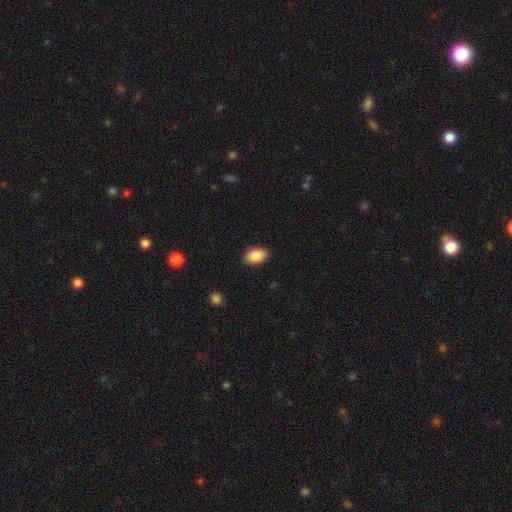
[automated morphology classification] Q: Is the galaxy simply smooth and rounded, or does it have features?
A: smooth — 88%.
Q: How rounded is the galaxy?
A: in between — 91%.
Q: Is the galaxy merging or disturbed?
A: none — 89%.